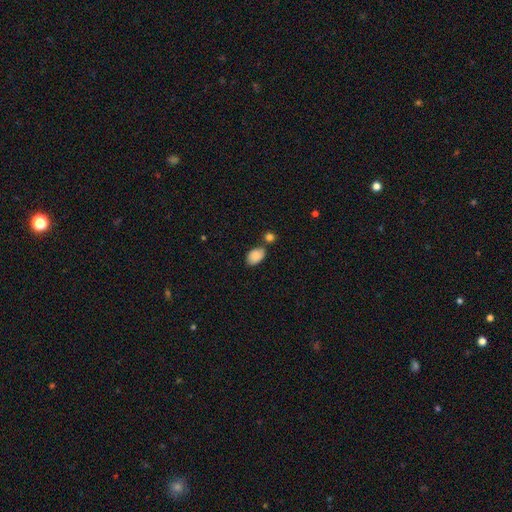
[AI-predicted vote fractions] smooth-or-featured: smooth: 88% | star or artifact: 8% | featured or disk: 5%
  how-rounded: in between: 90% | round: 9% | cigar-shaped: 1%
  merging: none: 63% | merger: 18% | minor disturbance: 15% | major disturbance: 4%